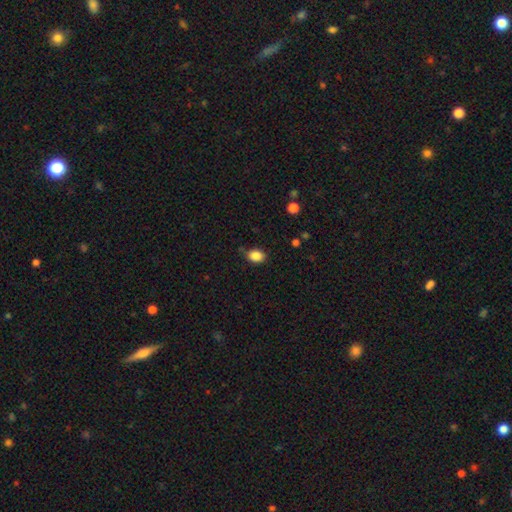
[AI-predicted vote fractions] Smooth or featured: smooth — 86% (star or artifact — 10%)
How rounded: in between — 66% (round — 33%)
Merging: none — 80% (minor disturbance — 15%)